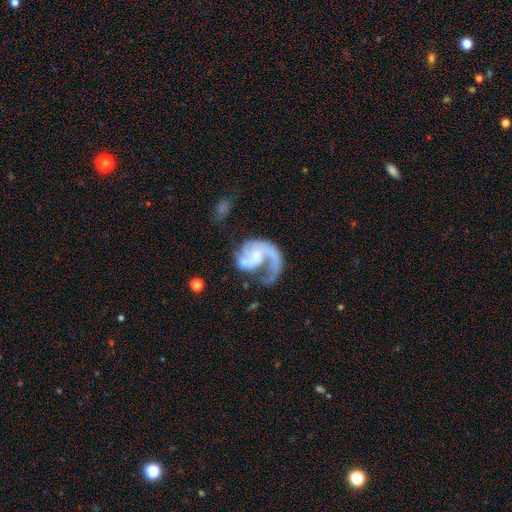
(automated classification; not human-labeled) featured or disk 86%, smooth 8%, star or artifact 5%. Down the decision tree: edge-on disk — no (98%); bar — no (64%); spiral arms — yes (94%); spiral arm count — 1 (48%); spiral winding — medium (44%); bulge size — small (64%); merging — major disturbance (39%).